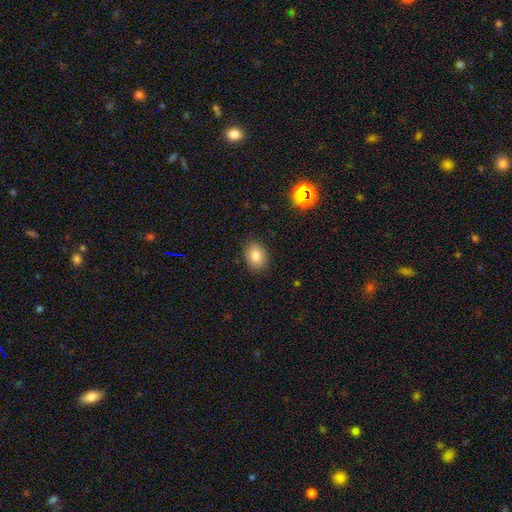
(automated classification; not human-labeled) A smooth galaxy with no disk features (83%) that is in between round and cigar-shaped (65%).

Vote fractions:
- Smooth or featured? smooth: 83% / star or artifact: 9% / featured or disk: 7%
- How rounded? in between: 65% / round: 34% / cigar-shaped: 1%
- Merging? none: 86% / minor disturbance: 10% / major disturbance: 2% / merger: 1%